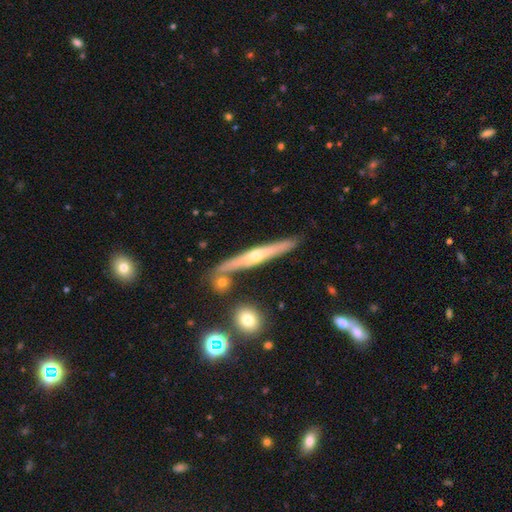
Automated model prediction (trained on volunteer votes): Overall: featured or disk (70%). Edge-on disk: yes (96%). Edge-on bulge: rounded (80%). Merging: none (83%).